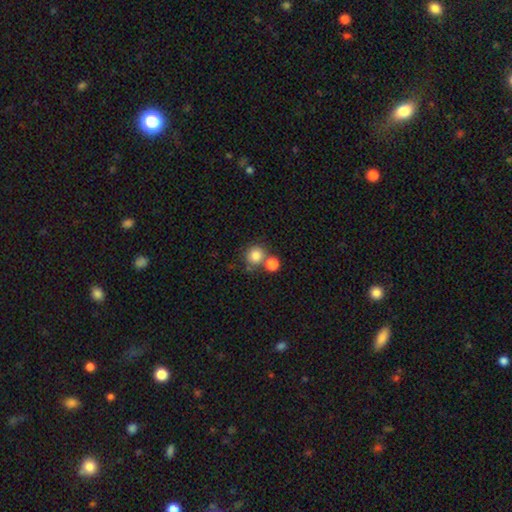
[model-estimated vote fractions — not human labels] Smooth or featured: smooth — 81% (star or artifact — 11%)
How rounded: round — 90% (in between — 9%)
Merging: none — 62% (merger — 28%)